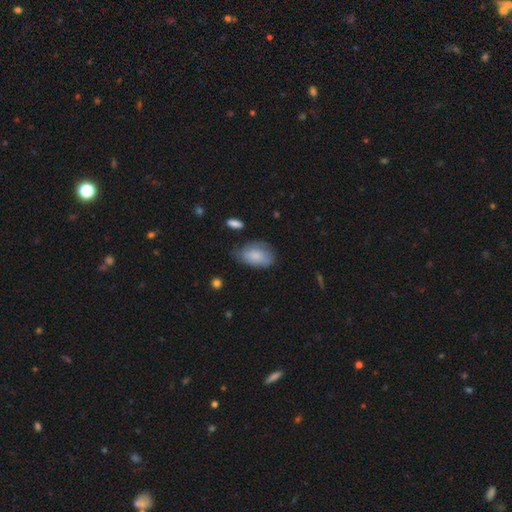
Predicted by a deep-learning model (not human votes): smooth-or-featured: smooth: 82% | featured or disk: 11% | star or artifact: 7%
  how-rounded: in between: 91% | round: 8% | cigar-shaped: 2%
  merging: none: 55% | minor disturbance: 34% | major disturbance: 9% | merger: 3%